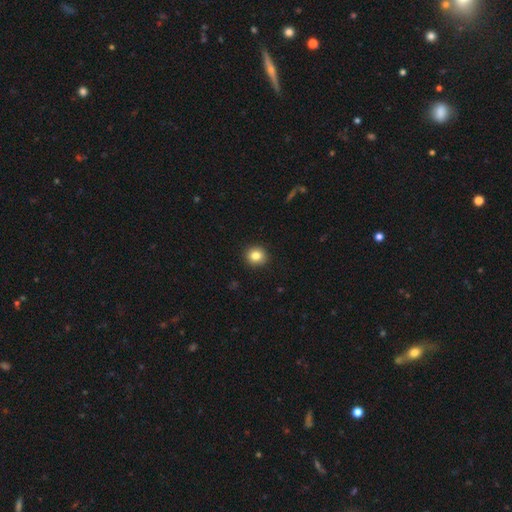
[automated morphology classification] This is clearly a smooth galaxy (84%). How rounded: clearly round (88%). Merging: clearly none (92%).